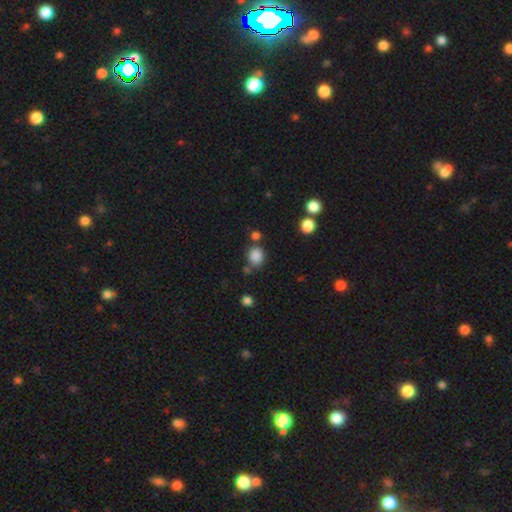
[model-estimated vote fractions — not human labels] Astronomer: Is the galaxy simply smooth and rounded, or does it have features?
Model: smooth — 84%.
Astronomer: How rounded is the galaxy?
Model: round — 76%.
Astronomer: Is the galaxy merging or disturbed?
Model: none — 70%.